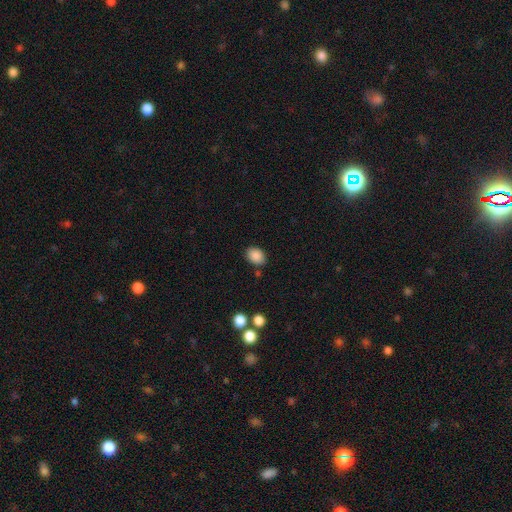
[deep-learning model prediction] Smooth or featured? smooth (87%)
How rounded? in between (67%)
Merging? none (81%)